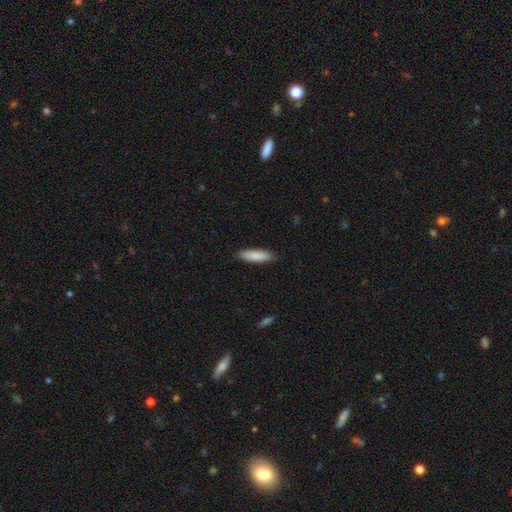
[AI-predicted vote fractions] This is clearly a smooth galaxy (87%). How rounded: likely cigar-shaped (67%). Merging: clearly none (90%).